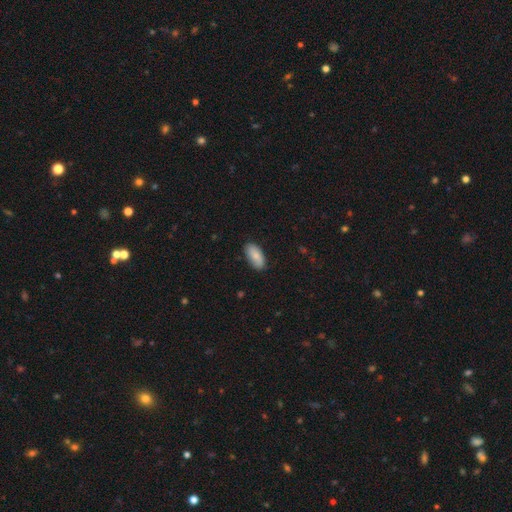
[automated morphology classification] This appears to be a smooth galaxy with no disk features (80%) that is in between round and cigar-shaped (92%). Merging: none (83%).